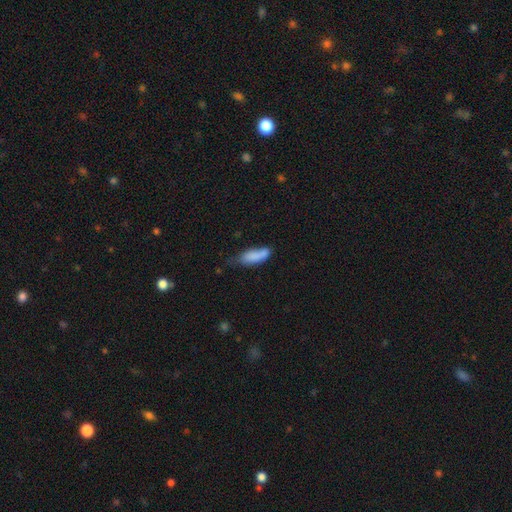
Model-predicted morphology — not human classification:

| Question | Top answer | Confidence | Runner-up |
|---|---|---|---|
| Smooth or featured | smooth | 82% | featured or disk (11%) |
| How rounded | in between | 63% | cigar-shaped (35%) |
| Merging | none | 41% | minor disturbance (38%) |